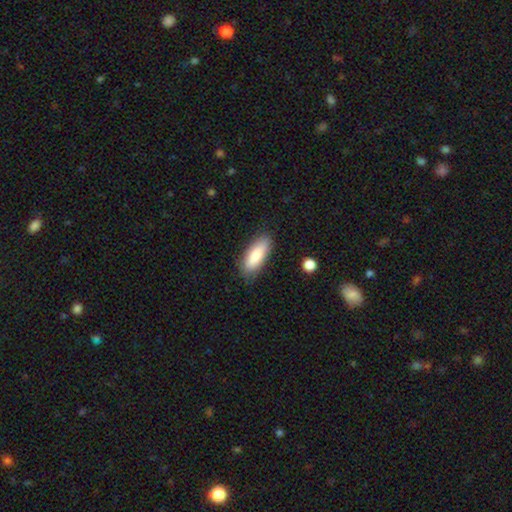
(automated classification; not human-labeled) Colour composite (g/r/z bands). It shows a smooth galaxy with no disk features (84%) that is in between round and cigar-shaped (70%). Merging: none (83%).